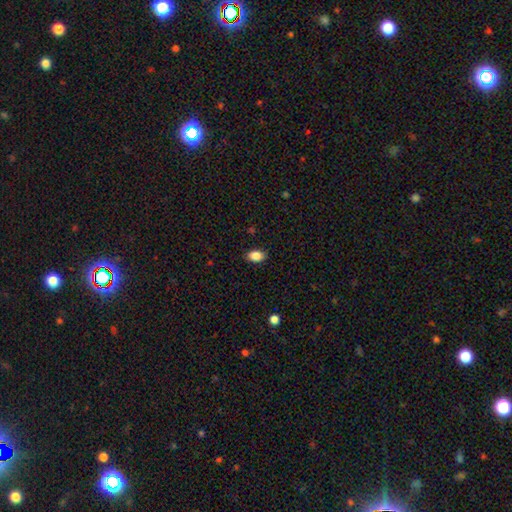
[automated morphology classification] Smooth or featured?
  - smooth: 88% *
  - star or artifact: 8%
  - featured or disk: 4%
How rounded?
  - in between: 86% *
  - round: 13%
  - cigar-shaped: 1%
Merging?
  - none: 87% *
  - minor disturbance: 10%
  - major disturbance: 2%
  - merger: 1%